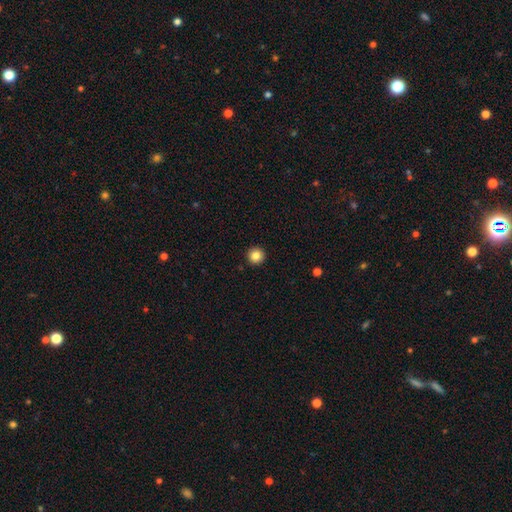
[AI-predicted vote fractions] This appears to be a smooth galaxy with no disk features (84%) that is round (96%). Merging: none (94%).